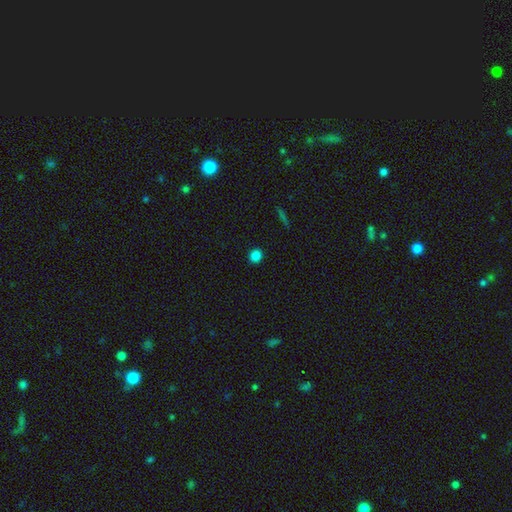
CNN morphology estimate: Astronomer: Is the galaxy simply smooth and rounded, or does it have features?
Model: smooth — 84%.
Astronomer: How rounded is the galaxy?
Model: round — 87%.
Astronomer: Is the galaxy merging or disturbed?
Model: none — 92%.